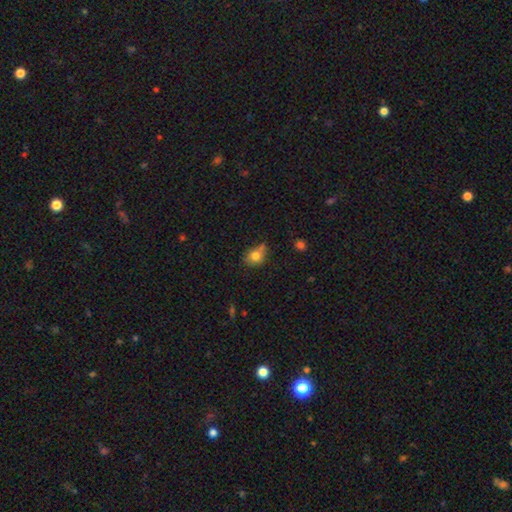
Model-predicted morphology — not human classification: Q: Smooth or featured?
A: smooth (77%); runner-up: featured or disk (12%)
Q: How rounded?
A: round (55%); runner-up: in between (44%)
Q: Merging?
A: none (50%); runner-up: minor disturbance (27%)